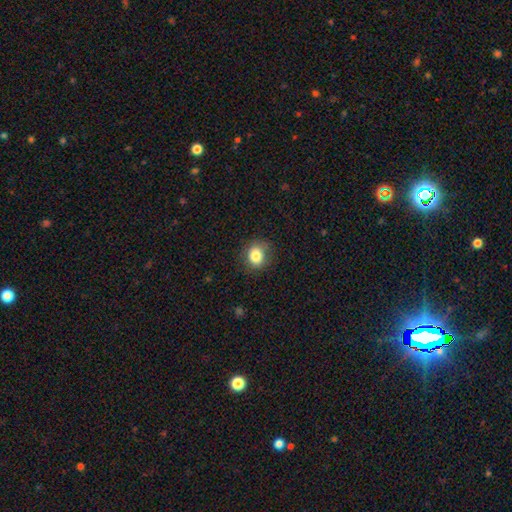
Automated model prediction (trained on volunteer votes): A smooth galaxy with no disk features (83%) that is round (66%).

Vote fractions:
- Smooth or featured? smooth: 83% / star or artifact: 10% / featured or disk: 7%
- How rounded? round: 66% / in between: 33% / cigar-shaped: 1%
- Merging? none: 81% / minor disturbance: 14% / major disturbance: 4% / merger: 1%